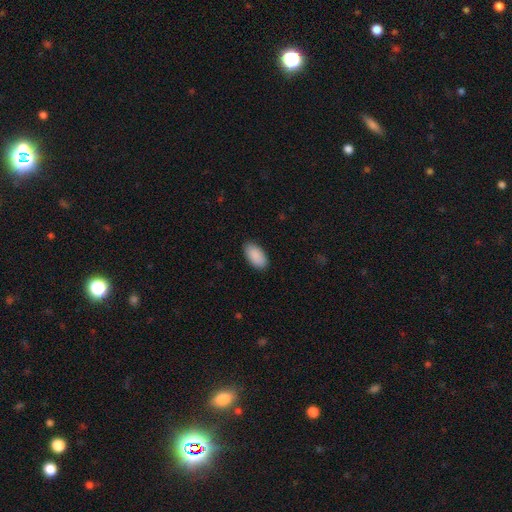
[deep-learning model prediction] Smooth or featured? smooth (91%)
How rounded? in between (96%)
Merging? none (88%)